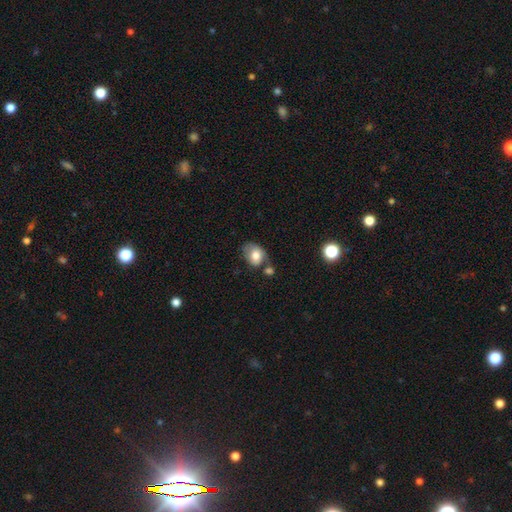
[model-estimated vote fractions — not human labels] A smooth galaxy with no disk features (72%) that is in between round and cigar-shaped (69%). Merging: none (38%).